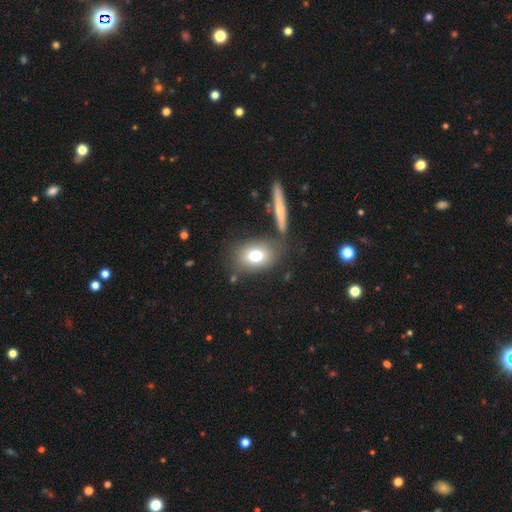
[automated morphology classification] type=smooth (72%); roundness=in between (63%); merging=none (69%).